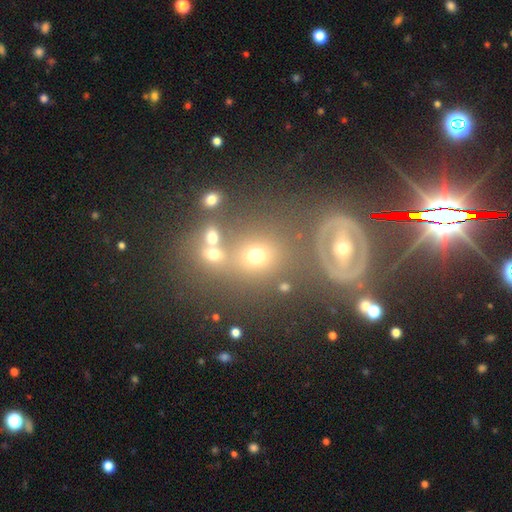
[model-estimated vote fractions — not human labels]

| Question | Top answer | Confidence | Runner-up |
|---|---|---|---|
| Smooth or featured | star or artifact | 47% | smooth (34%) |